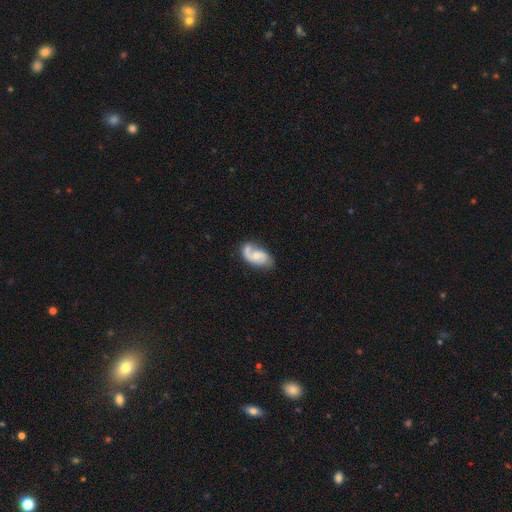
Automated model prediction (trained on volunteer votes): The model was most divided on "bulge size": small: 43%, moderate: 42%, none: 10%, large: 5%, dominant: 1%. Remaining: edge-on disk — no (97%); spiral arms — yes (92%); smooth or featured — featured or disk (69%); spiral arm count — 2 (66%); bar — no (58%); merging — none (57%); spiral winding — medium (43%).